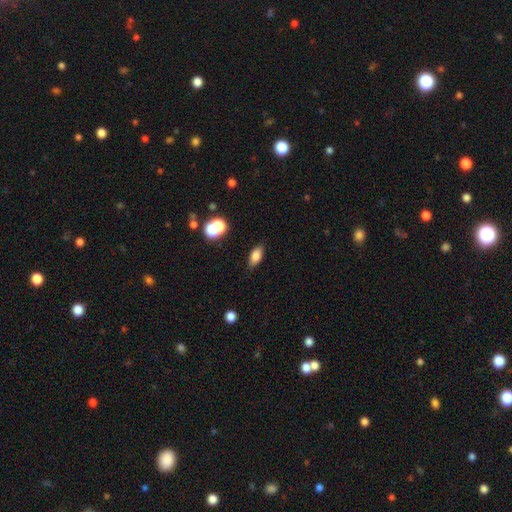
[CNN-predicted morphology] smooth-or-featured: smooth: 80% | featured or disk: 11% | star or artifact: 10%
  how-rounded: in between: 84% | cigar-shaped: 10% | round: 6%
  merging: none: 82% | minor disturbance: 12% | major disturbance: 3% | merger: 3%